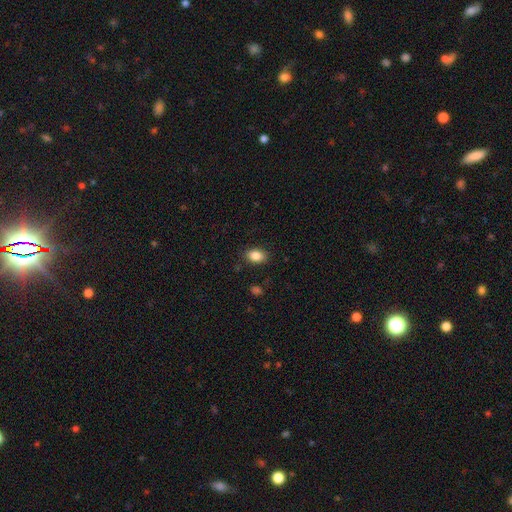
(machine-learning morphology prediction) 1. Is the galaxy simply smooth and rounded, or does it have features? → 86% smooth, 9% star or artifact, 6% featured or disk.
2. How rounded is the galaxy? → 83% in between, 15% round, 1% cigar-shaped.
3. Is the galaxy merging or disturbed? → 86% none, 10% minor disturbance, 3% major disturbance, 1% merger.